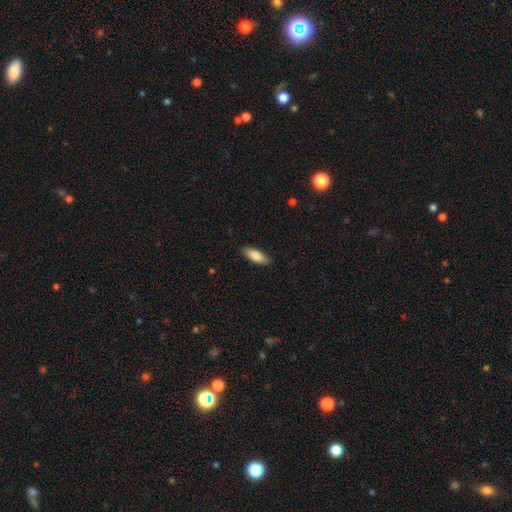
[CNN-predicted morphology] This appears to be a smooth galaxy with no disk features (84%) that is in between round and cigar-shaped (73%). Merging: none (88%).